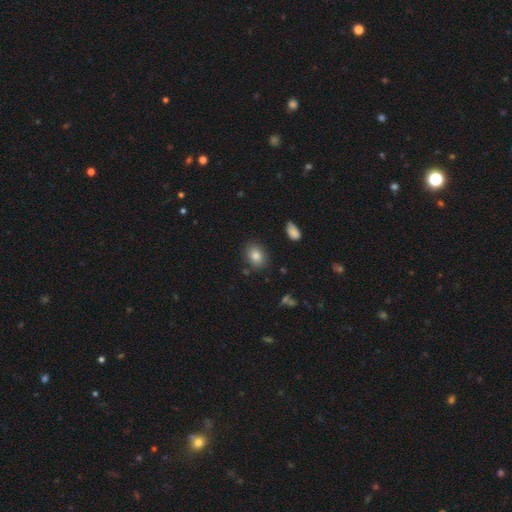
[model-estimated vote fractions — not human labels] The model was most divided on "how rounded": in between: 63%, round: 36%, cigar-shaped: 1%. More confident: merging — none (84%); smooth or featured — smooth (83%).